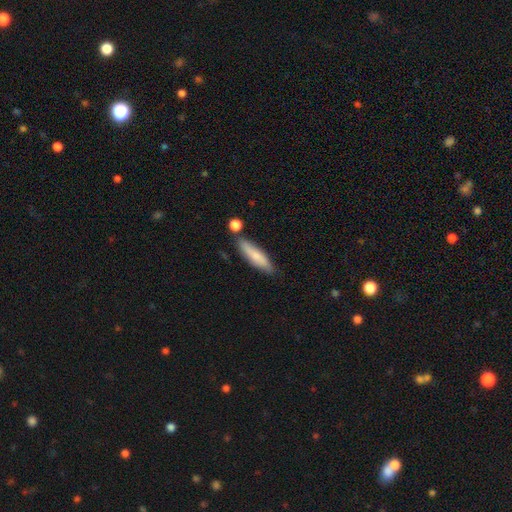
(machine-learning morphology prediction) smooth_or_featured: smooth (p=0.70) [alt: featured or disk p=0.24]
how_rounded: cigar-shaped (p=0.67) [alt: in between p=0.31]
merging: none (p=0.73) [alt: minor disturbance p=0.16]